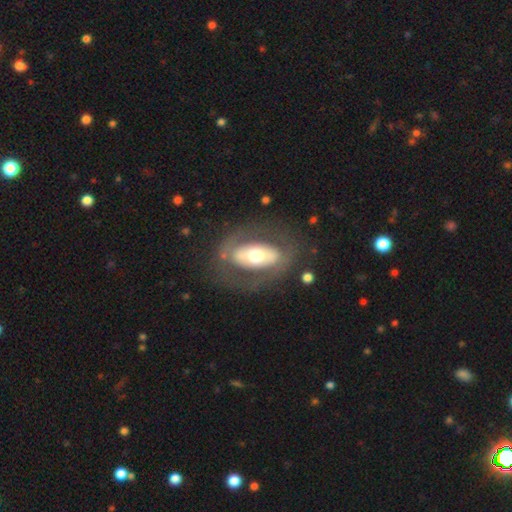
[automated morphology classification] Smooth or featured? Predicted: featured or disk (p=0.61). Edge-on disk? Predicted: no (p=0.91). Bar? Predicted: no (p=0.64). Spiral arms? Predicted: no (p=0.78). Bulge size? Predicted: moderate (p=0.63). Merging? Predicted: none (p=0.74).